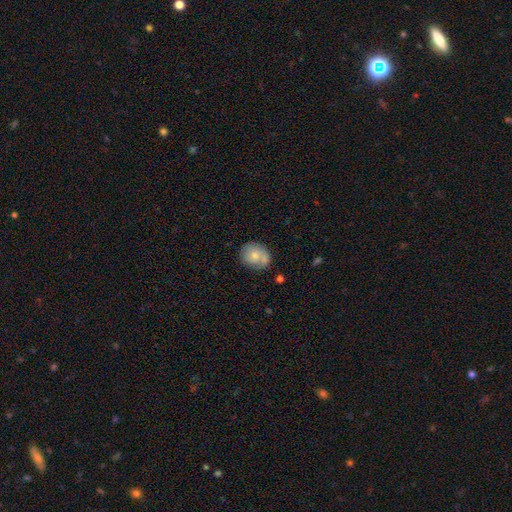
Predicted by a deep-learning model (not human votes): Smooth or featured? Predicted: smooth (p=0.74). How rounded? Predicted: round (p=0.60). Merging? Predicted: none (p=0.61).